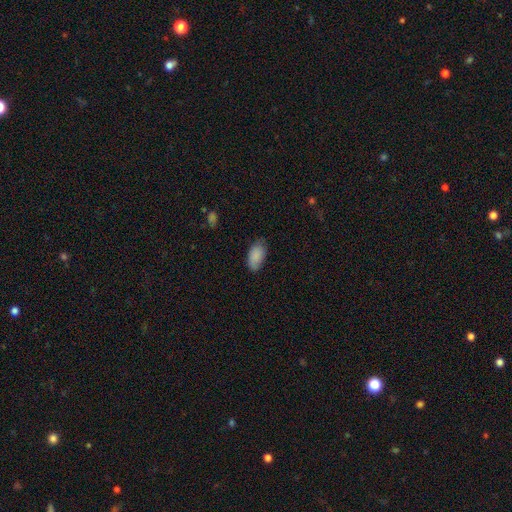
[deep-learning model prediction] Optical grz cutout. It shows a smooth galaxy with no disk features (87%) that is in between round and cigar-shaped (94%). Merging: none (75%).